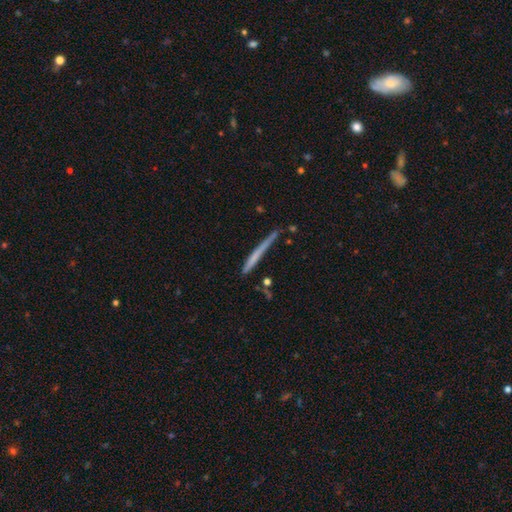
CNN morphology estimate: Smooth or featured: smooth — 56% (featured or disk — 38%)
How rounded: cigar-shaped — 97% (in between — 2%)
Merging: none — 75% (minor disturbance — 17%)